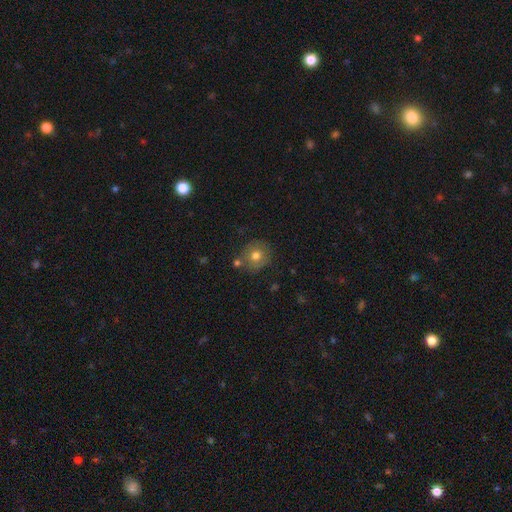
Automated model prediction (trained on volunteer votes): Smooth or featured? Predicted: smooth (p=0.72). How rounded? Predicted: round (p=0.89). Merging? Predicted: none (p=0.75).